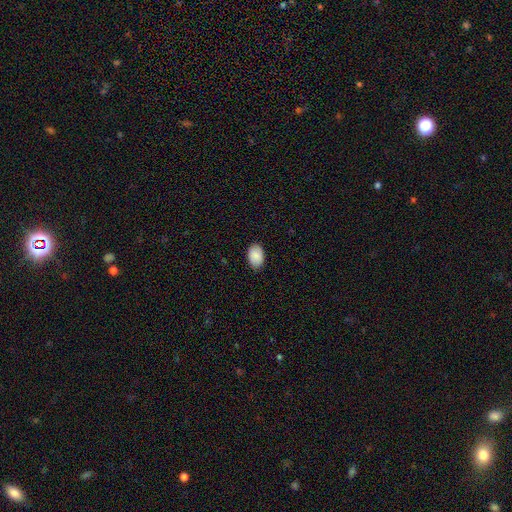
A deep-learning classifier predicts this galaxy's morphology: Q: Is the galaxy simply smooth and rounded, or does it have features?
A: smooth — 89%.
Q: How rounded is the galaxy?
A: in between — 86%.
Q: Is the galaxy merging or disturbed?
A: none — 87%.